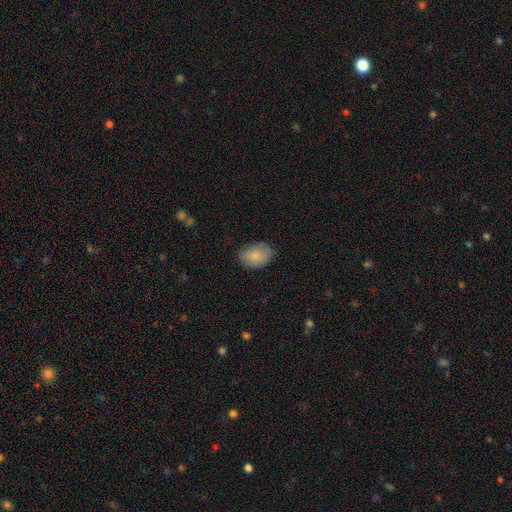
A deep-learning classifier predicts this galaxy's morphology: Smooth or featured? smooth (82%)
How rounded? in between (78%)
Merging? none (77%)